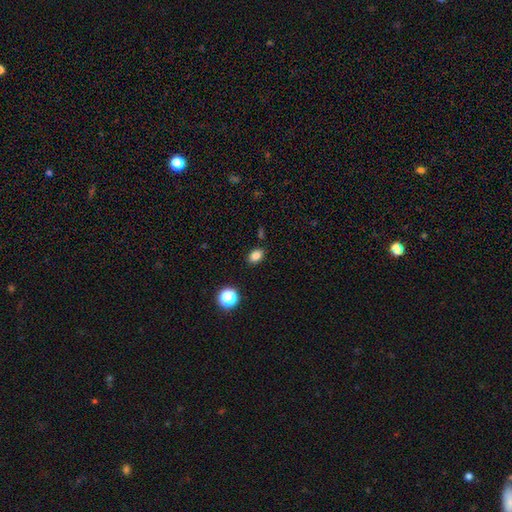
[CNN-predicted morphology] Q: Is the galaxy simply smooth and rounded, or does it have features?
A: smooth — 83%.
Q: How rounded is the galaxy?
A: in between — 75%.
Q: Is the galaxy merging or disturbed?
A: none — 85%.